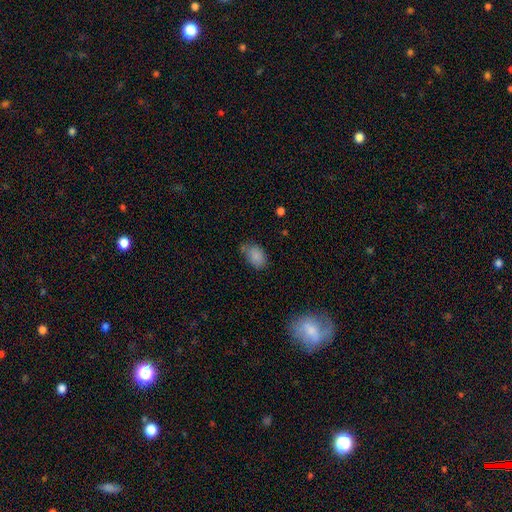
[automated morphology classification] Smooth or featured? Predicted: smooth (p=0.85). How rounded? Predicted: in between (p=0.85). Merging? Predicted: none (p=0.62).